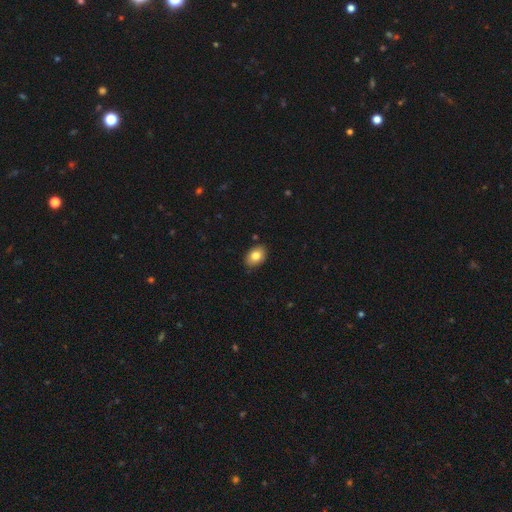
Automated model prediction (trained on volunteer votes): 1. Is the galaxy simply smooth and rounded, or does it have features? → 82% smooth, 10% featured or disk, 8% star or artifact.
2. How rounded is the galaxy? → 81% in between, 18% round, 1% cigar-shaped.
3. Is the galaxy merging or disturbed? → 86% none, 11% minor disturbance, 2% major disturbance, 1% merger.